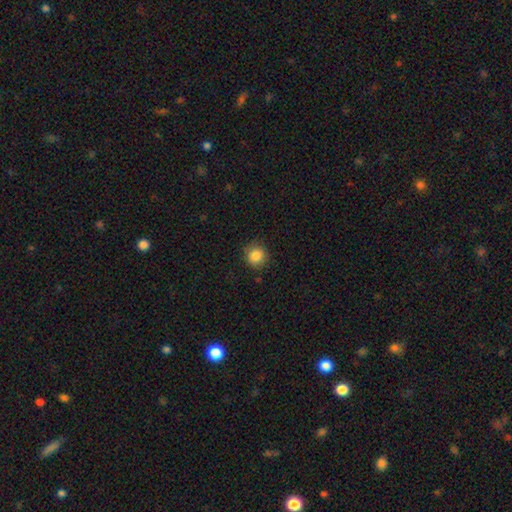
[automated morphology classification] Smooth or featured?
  - smooth: 86% *
  - star or artifact: 10%
  - featured or disk: 4%
How rounded?
  - round: 88% *
  - in between: 11%
  - cigar-shaped: 1%
Merging?
  - none: 84% *
  - minor disturbance: 12%
  - major disturbance: 3%
  - merger: 1%